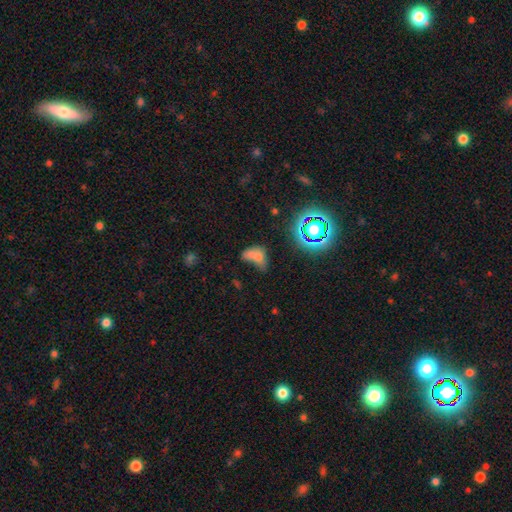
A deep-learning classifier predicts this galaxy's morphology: Smooth or featured? smooth (59%)
How rounded? in between (82%)
Merging? merger (36%)